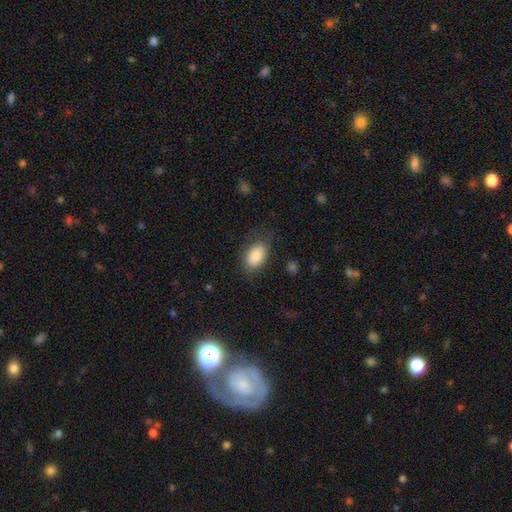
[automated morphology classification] smooth_or_featured: smooth (p=0.85) [alt: featured or disk p=0.08]
how_rounded: in between (p=0.92) [alt: round p=0.07]
merging: none (p=0.72) [alt: minor disturbance p=0.18]